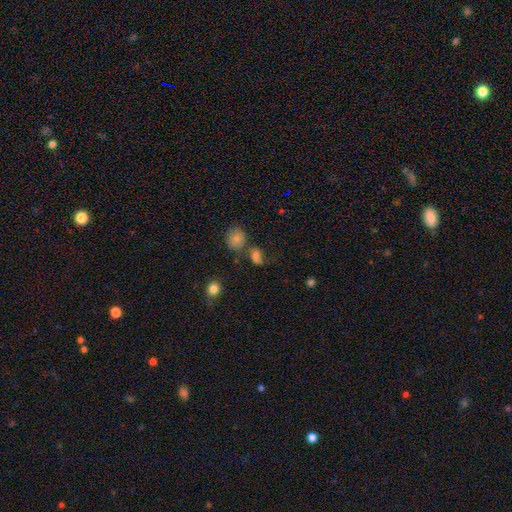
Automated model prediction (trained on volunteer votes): smooth_or_featured: smooth (p=0.66) [alt: star or artifact p=0.19]
how_rounded: in between (p=0.53) [alt: round p=0.44]
merging: none (p=0.43) [alt: merger p=0.27]